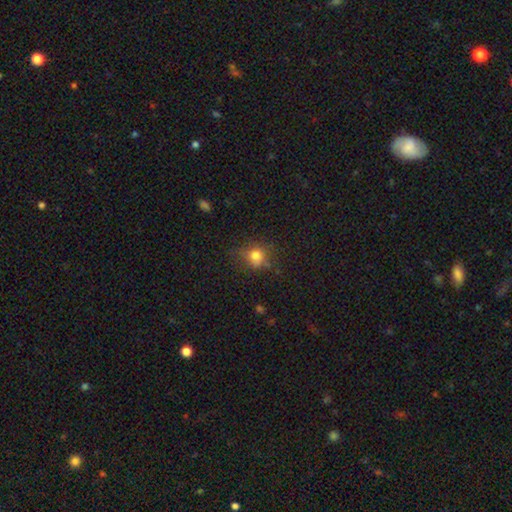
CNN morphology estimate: Smooth or featured?
  - smooth: 75% *
  - star or artifact: 15%
  - featured or disk: 10%
How rounded?
  - round: 75% *
  - in between: 24%
  - cigar-shaped: 1%
Merging?
  - none: 62% *
  - minor disturbance: 23%
  - major disturbance: 11%
  - merger: 3%